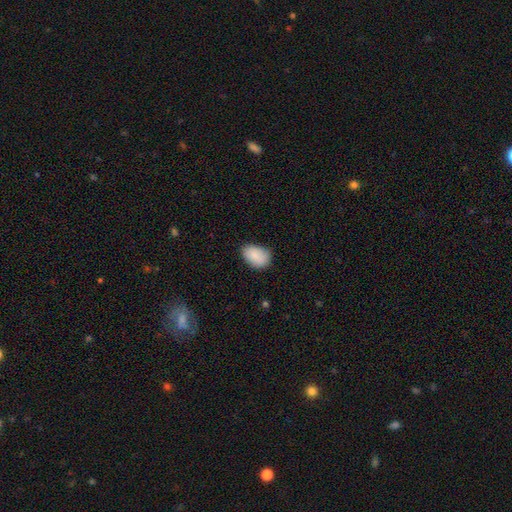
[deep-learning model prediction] smooth-or-featured: smooth: 87% | star or artifact: 7% | featured or disk: 6%
  how-rounded: in between: 86% | round: 13% | cigar-shaped: 1%
  merging: none: 74% | minor disturbance: 21% | major disturbance: 4% | merger: 1%